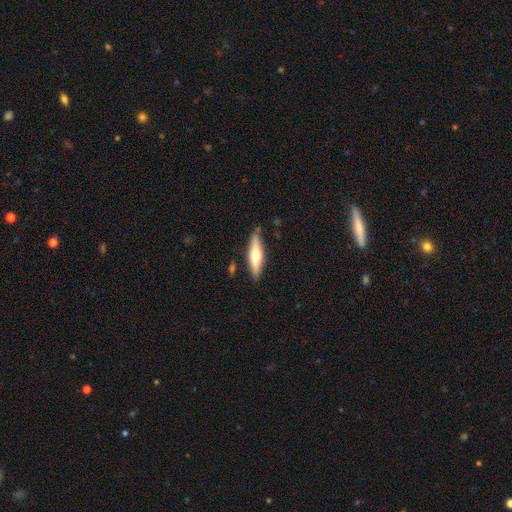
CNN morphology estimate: Q: Smooth or featured?
A: featured or disk (51%); runner-up: smooth (43%)
Q: Edge-on disk?
A: yes (92%); runner-up: no (8%)
Q: Merging?
A: none (83%); runner-up: minor disturbance (12%)